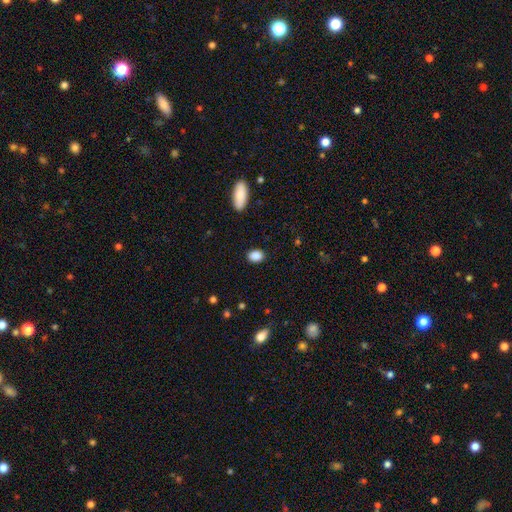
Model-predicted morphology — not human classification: smooth-or-featured: smooth: 88% | star or artifact: 9% | featured or disk: 4%
  how-rounded: in between: 70% | round: 28% | cigar-shaped: 2%
  merging: none: 88% | minor disturbance: 8% | major disturbance: 2% | merger: 1%